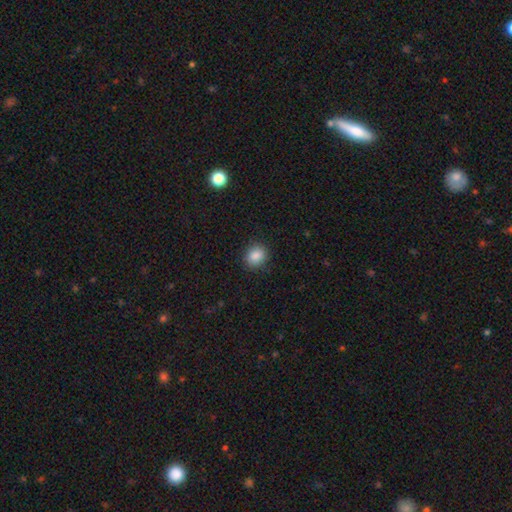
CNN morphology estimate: Q: Smooth or featured?
A: smooth (87%); runner-up: star or artifact (9%)
Q: How rounded?
A: round (70%); runner-up: in between (29%)
Q: Merging?
A: none (88%); runner-up: minor disturbance (8%)